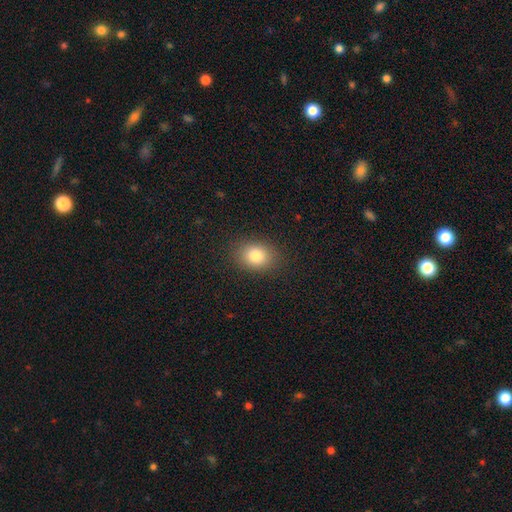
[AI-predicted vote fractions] Q: Smooth or featured?
A: smooth (82%); runner-up: star or artifact (10%)
Q: How rounded?
A: in between (57%); runner-up: round (42%)
Q: Merging?
A: none (87%); runner-up: minor disturbance (9%)